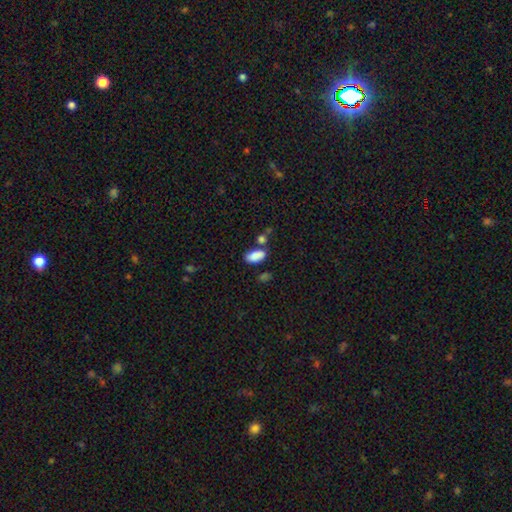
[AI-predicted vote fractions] A smooth galaxy with no disk features (86%) that is in between round and cigar-shaped (92%). Merging: none (62%).